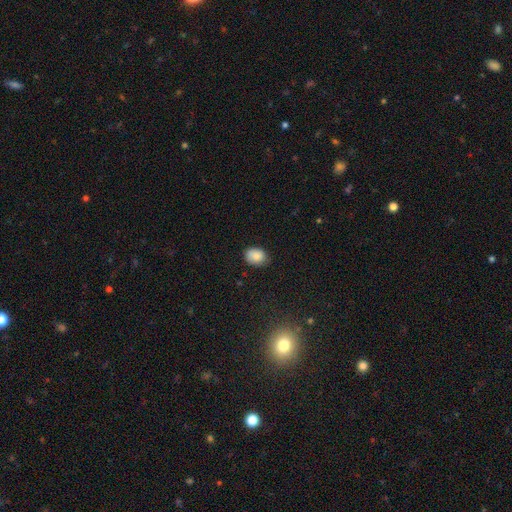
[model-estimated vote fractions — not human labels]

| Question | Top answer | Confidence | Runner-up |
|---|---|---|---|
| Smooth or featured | smooth | 86% | star or artifact (9%) |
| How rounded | in between | 60% | round (39%) |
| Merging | none | 80% | minor disturbance (16%) |